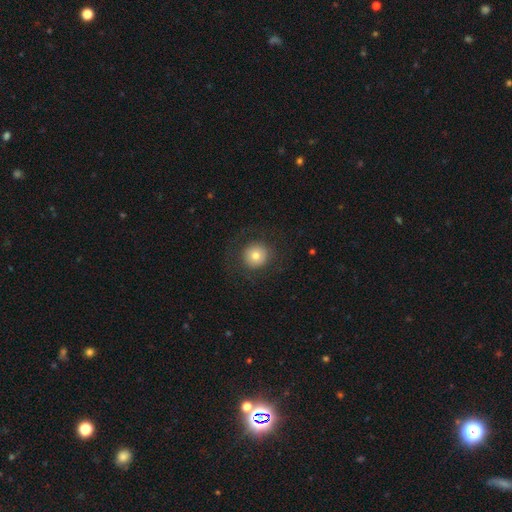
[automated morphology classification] smooth_or_featured: smooth (p=0.75) [alt: featured or disk p=0.15]
how_rounded: round (p=0.94) [alt: in between p=0.05]
merging: none (p=0.84) [alt: minor disturbance p=0.08]